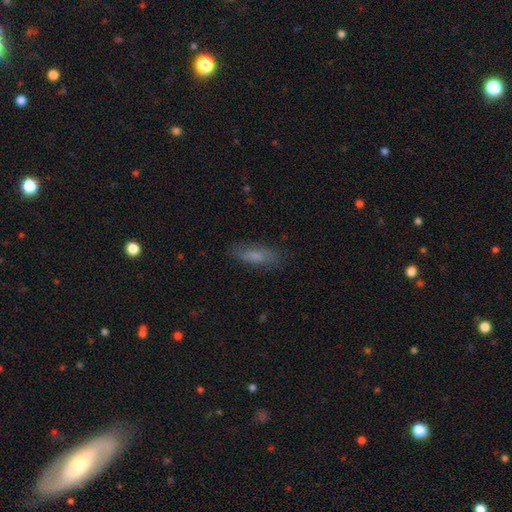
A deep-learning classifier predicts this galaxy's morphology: Smooth or featured: smooth — 72% (featured or disk — 20%)
How rounded: in between — 53% (cigar-shaped — 45%)
Merging: none — 79% (minor disturbance — 15%)